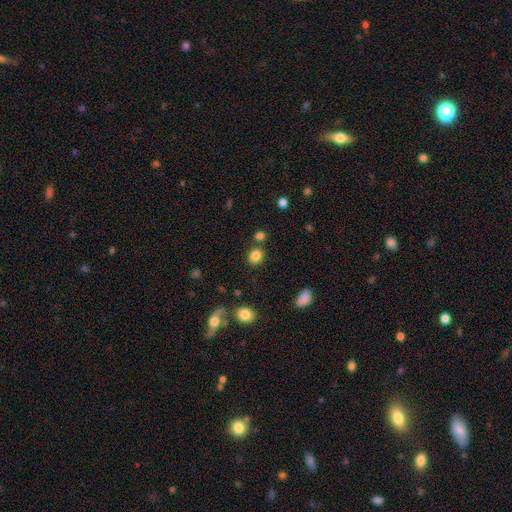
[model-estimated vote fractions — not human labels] Morphology: type=smooth (84%); roundness=round (78%); merging=none (78%).